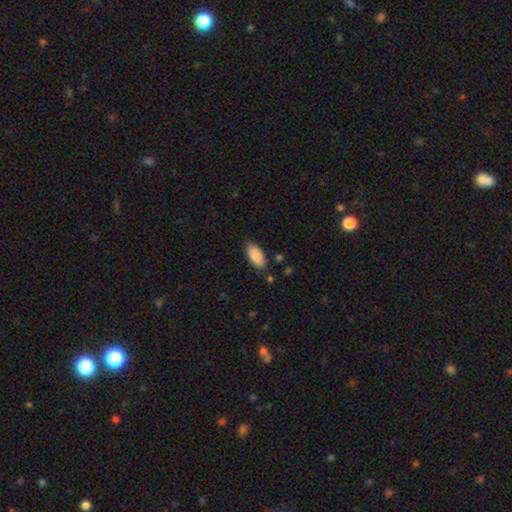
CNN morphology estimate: Smooth or featured? smooth (89%)
How rounded? in between (88%)
Merging? none (83%)